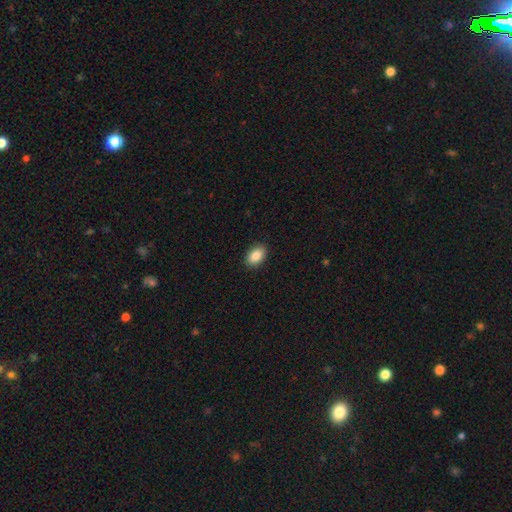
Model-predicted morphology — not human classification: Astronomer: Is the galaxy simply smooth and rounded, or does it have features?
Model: smooth — 88%.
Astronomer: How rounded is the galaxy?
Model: in between — 88%.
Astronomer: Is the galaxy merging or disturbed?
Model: none — 90%.